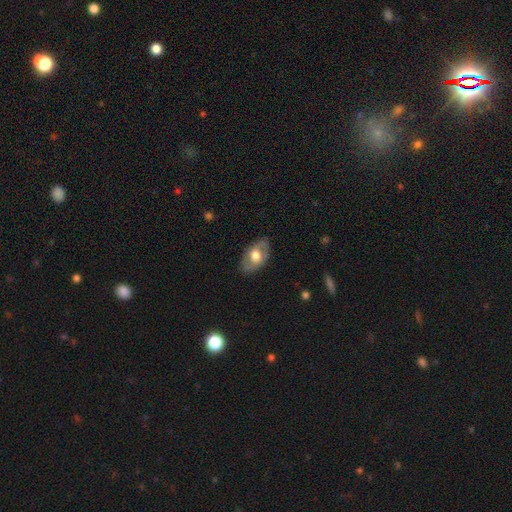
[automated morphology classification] Smooth or featured? smooth (51%)
How rounded? in between (90%)
Merging? none (80%)